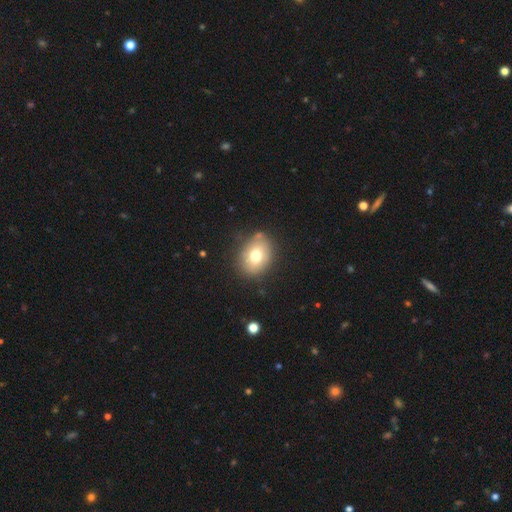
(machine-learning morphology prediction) Smooth or featured?
  - smooth: 73% *
  - featured or disk: 17%
  - star or artifact: 10%
How rounded?
  - in between: 60% *
  - round: 39%
  - cigar-shaped: 1%
Merging?
  - none: 79% *
  - minor disturbance: 14%
  - major disturbance: 4%
  - merger: 3%